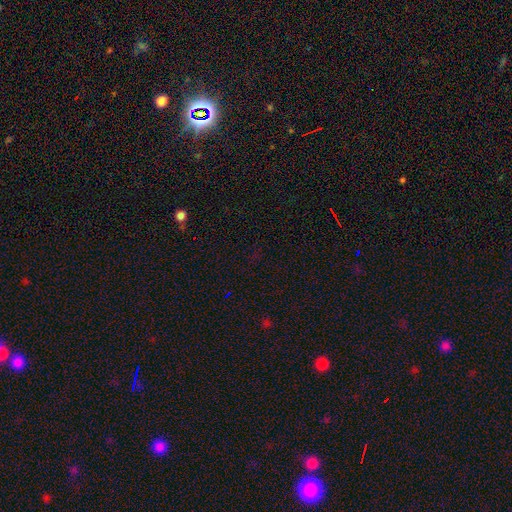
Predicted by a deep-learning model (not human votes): This is likely a star or artifact rather than a galaxy (70%).